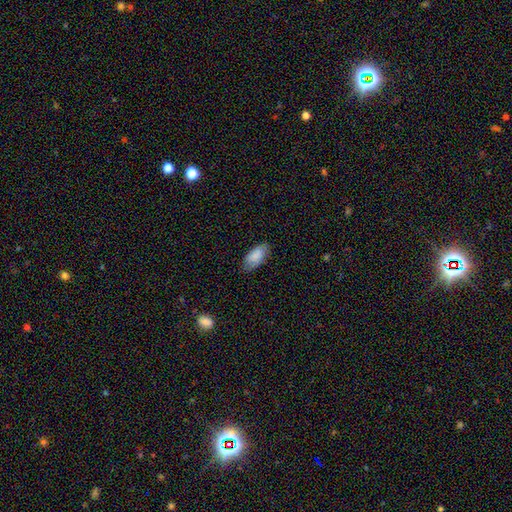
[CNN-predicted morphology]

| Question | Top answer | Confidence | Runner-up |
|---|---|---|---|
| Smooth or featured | smooth | 86% | featured or disk (8%) |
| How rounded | in between | 91% | cigar-shaped (7%) |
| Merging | none | 80% | minor disturbance (16%) |